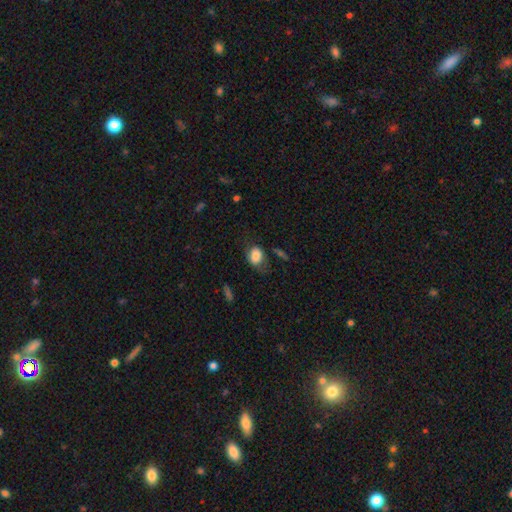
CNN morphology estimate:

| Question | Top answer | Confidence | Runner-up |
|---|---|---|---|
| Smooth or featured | smooth | 78% | featured or disk (13%) |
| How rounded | in between | 71% | round (27%) |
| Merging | none | 54% | minor disturbance (27%) |